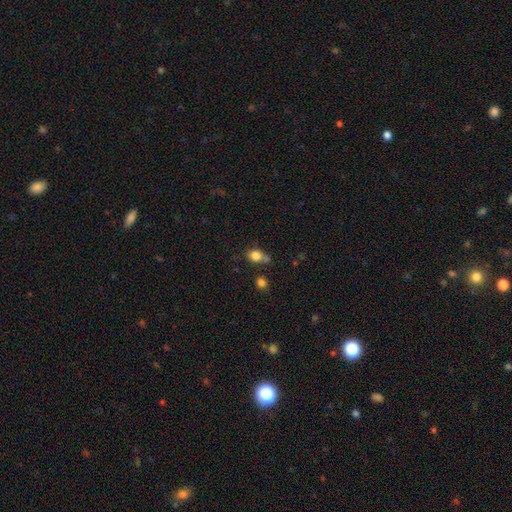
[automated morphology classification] A smooth galaxy with no disk features (81%) that is round (63%). Merging: none (51%).